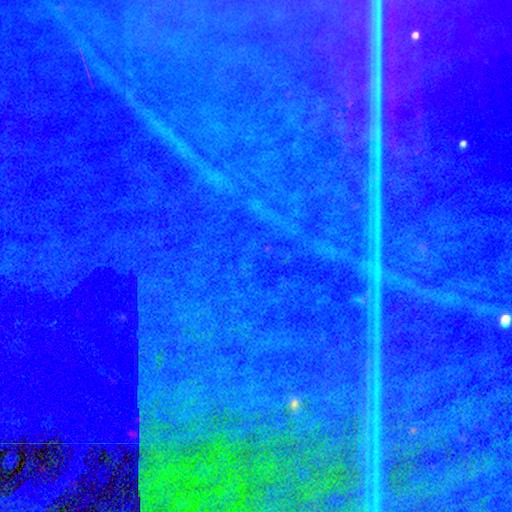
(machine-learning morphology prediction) smooth-or-featured: star or artifact: 87% | featured or disk: 7% | smooth: 6%